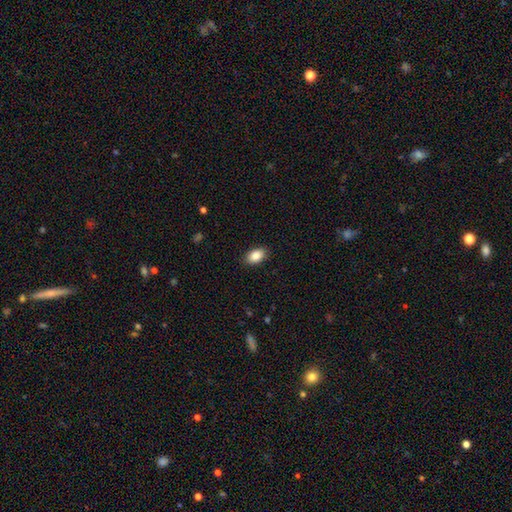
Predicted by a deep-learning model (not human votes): A smooth galaxy with no disk features (87%) that is in between round and cigar-shaped (91%). Merging: none (89%).